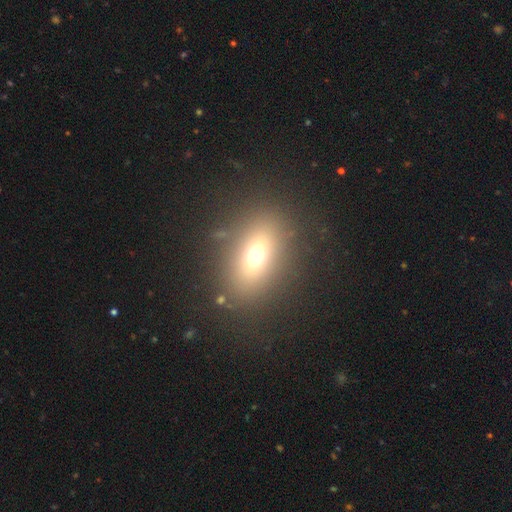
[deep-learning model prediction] Smooth or featured? Predicted: smooth (p=0.65). How rounded? Predicted: in between (p=0.66). Merging? Predicted: none (p=0.82).